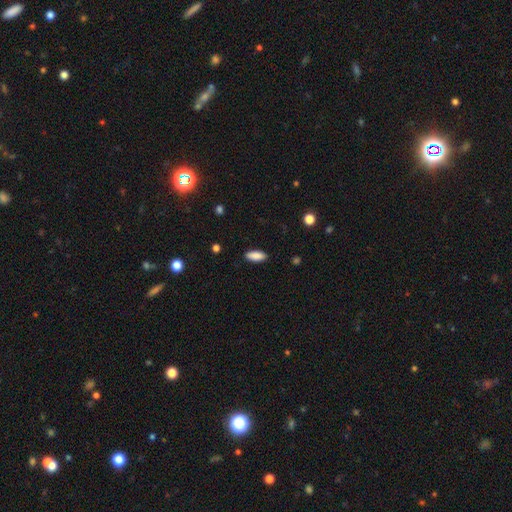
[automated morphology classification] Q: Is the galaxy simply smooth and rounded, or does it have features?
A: smooth — 88%.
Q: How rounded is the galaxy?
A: in between — 73%.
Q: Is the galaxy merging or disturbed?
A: none — 89%.